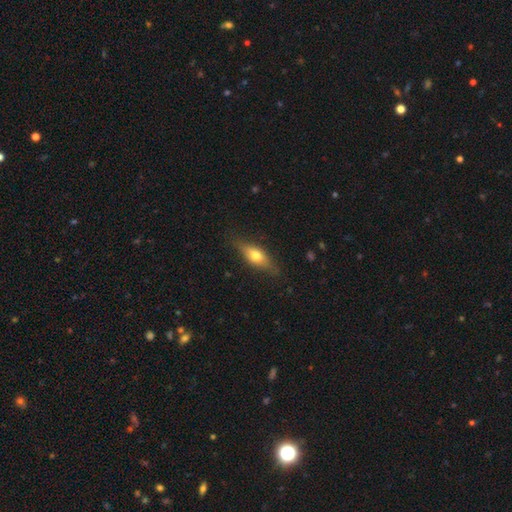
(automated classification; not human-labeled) smooth-or-featured: smooth: 57% | featured or disk: 36% | star or artifact: 7%
  how-rounded: in between: 62% | cigar-shaped: 32% | round: 5%
  merging: none: 79% | minor disturbance: 16% | major disturbance: 4% | merger: 1%